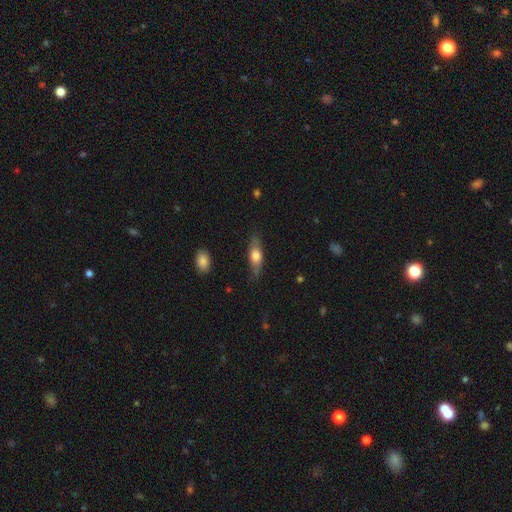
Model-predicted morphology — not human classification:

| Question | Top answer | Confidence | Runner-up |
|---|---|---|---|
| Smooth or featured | smooth | 55% | featured or disk (38%) |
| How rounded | in between | 55% | cigar-shaped (40%) |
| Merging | none | 77% | minor disturbance (17%) |